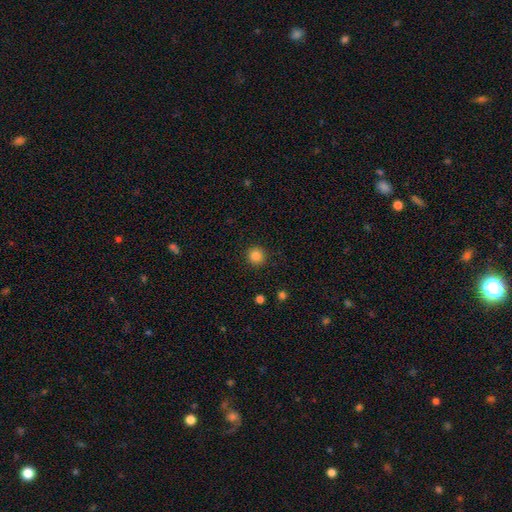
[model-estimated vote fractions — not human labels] A smooth galaxy with no disk features (85%) that is round (94%). Merging: none (91%).